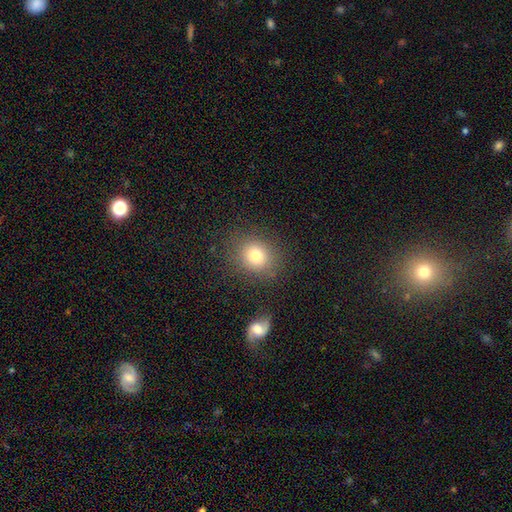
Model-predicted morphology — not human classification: Smooth or featured? Predicted: smooth (p=0.78). How rounded? Predicted: round (p=0.69). Merging? Predicted: none (p=0.83).